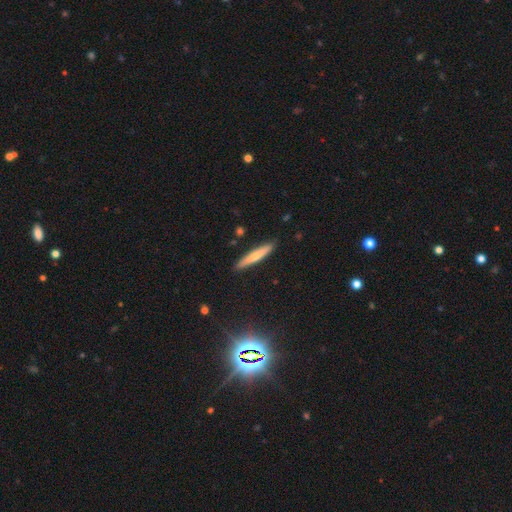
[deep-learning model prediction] smooth 66%, featured or disk 28%, star or artifact 6%. Down the decision tree: how rounded — cigar-shaped (93%); merging — none (89%).